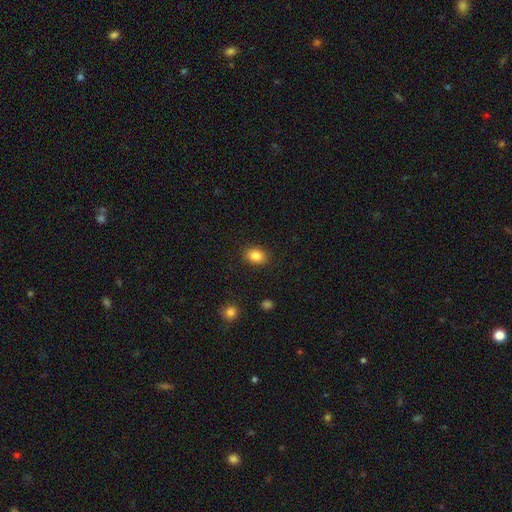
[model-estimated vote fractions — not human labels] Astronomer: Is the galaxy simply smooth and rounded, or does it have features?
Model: smooth — 85%.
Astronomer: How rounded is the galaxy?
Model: in between — 73%.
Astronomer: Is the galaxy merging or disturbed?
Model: none — 87%.